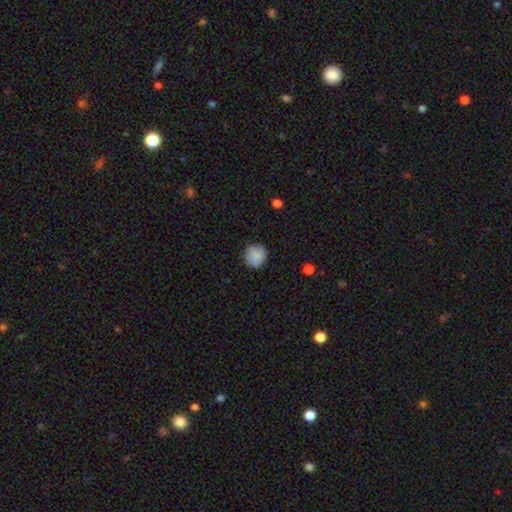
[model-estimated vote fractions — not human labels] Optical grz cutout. It shows a smooth galaxy with no disk features (83%) that is round (91%). Merging: none (82%).